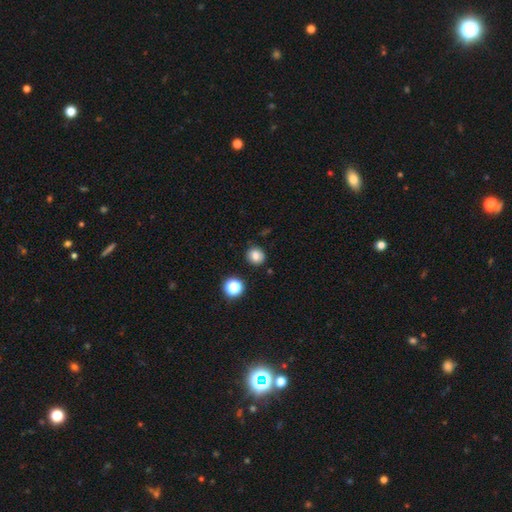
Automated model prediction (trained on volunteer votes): Smooth or featured? Predicted: smooth (p=0.81). How rounded? Predicted: round (p=0.81). Merging? Predicted: none (p=0.86).